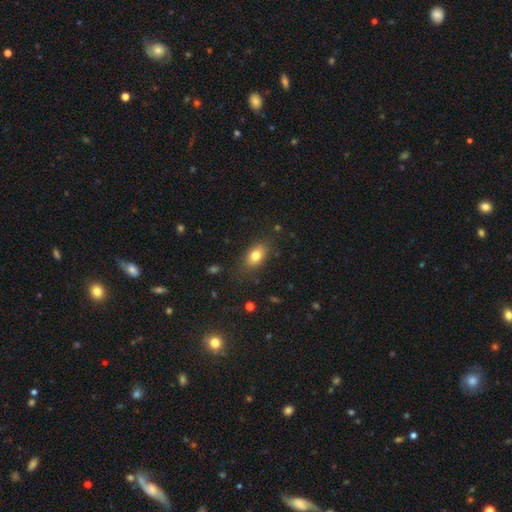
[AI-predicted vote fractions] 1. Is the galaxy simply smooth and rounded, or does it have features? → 80% smooth, 11% featured or disk, 9% star or artifact.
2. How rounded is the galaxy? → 84% in between, 13% round, 4% cigar-shaped.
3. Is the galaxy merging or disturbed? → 80% none, 15% minor disturbance, 4% major disturbance, 2% merger.